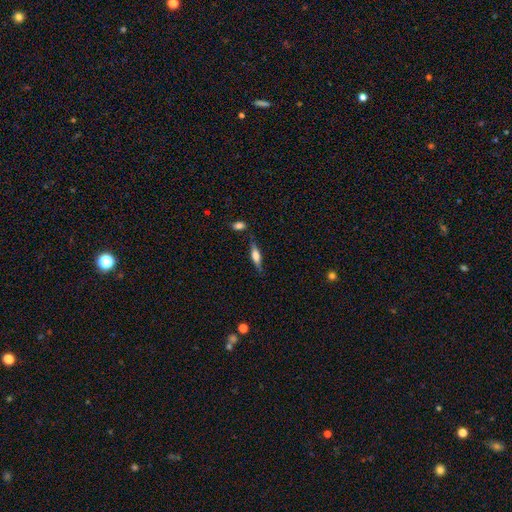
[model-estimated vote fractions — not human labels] The model was most divided on "smooth or featured": smooth: 48%, featured or disk: 45%, star or artifact: 7%. More confident: merging — none (76%).